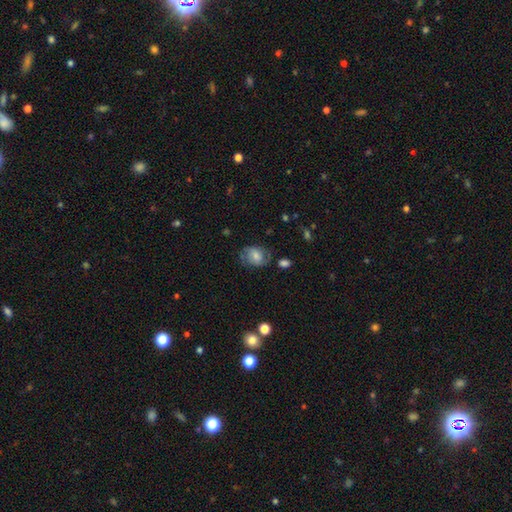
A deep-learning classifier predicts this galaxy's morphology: This is possibly a featured or disk galaxy (47%). Merging: likely none (61%).